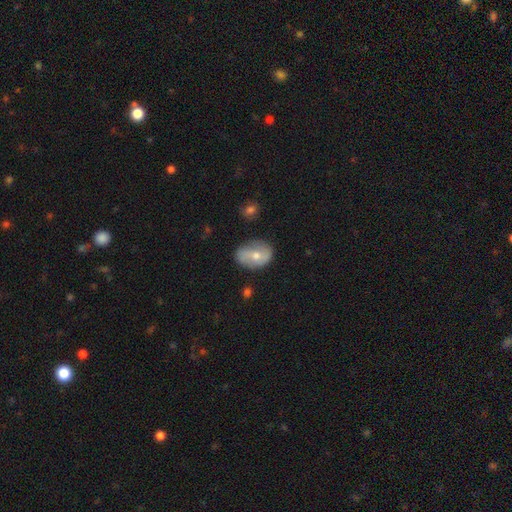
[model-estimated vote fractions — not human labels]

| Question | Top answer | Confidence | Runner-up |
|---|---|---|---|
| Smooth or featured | smooth | 48% | featured or disk (45%) |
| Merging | none | 64% | minor disturbance (25%) |